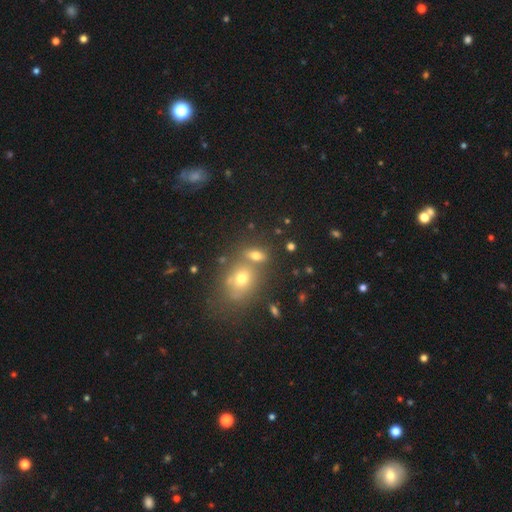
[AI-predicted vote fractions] This is likely a smooth galaxy (65%). How rounded: likely in between (68%). Merging: possibly none (55%).